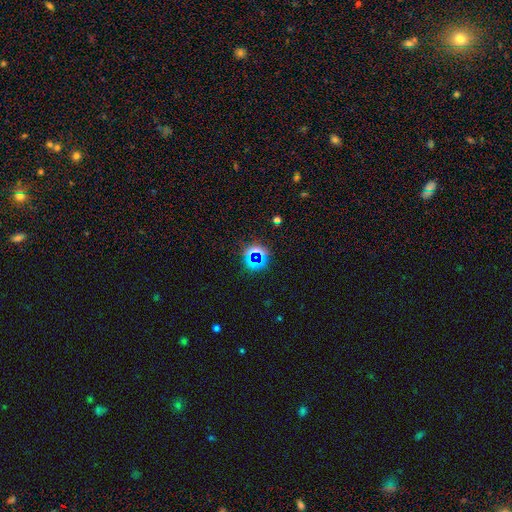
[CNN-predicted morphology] This appears to be a star or artifact, not a galaxy (67%).